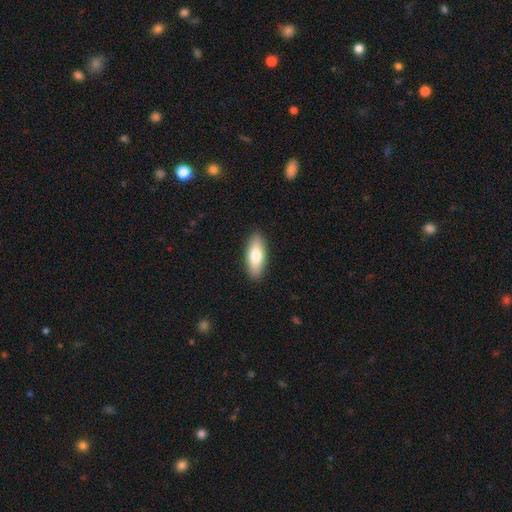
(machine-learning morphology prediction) This appears to be a smooth galaxy with no disk features (75%) that is in between round and cigar-shaped (73%). Merging: none (90%).